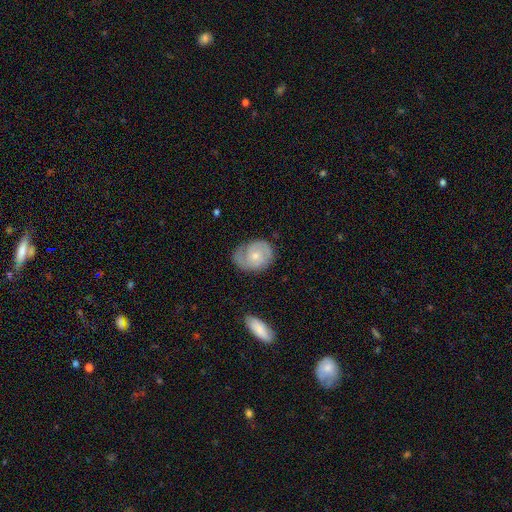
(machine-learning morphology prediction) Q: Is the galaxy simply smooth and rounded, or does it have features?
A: featured or disk — 72%.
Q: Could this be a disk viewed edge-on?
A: no — 97%.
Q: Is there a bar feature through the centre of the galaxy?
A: no — 71%.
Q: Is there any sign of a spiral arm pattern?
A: yes — 93%.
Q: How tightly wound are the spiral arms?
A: tight — 49%.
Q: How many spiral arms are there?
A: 2 — 76%.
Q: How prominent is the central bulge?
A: small — 53%.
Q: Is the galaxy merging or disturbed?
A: none — 69%.